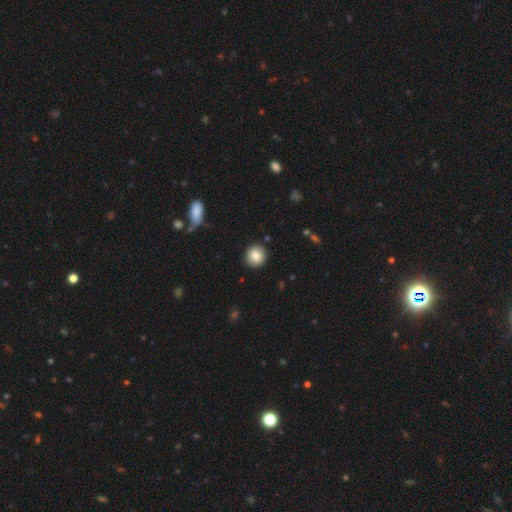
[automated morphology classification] Smooth or featured? smooth (85%)
How rounded? round (89%)
Merging? none (91%)